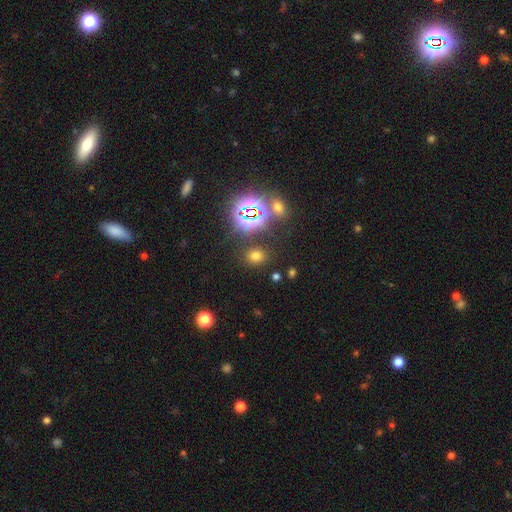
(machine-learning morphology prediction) Smooth or featured? Predicted: smooth (p=0.61). How rounded? Predicted: round (p=0.53). Merging? Predicted: none (p=0.83).